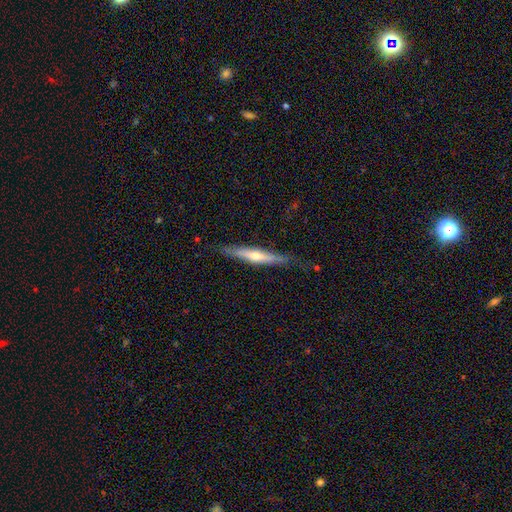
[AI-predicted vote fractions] smooth-or-featured: featured or disk: 61% | smooth: 34% | star or artifact: 6%
  disk-edge-on: yes: 92% | no: 8%
    edge-on-bulge: rounded: 82% | none: 14% | boxy: 5%
  merging: none: 79% | minor disturbance: 16% | major disturbance: 4% | merger: 1%